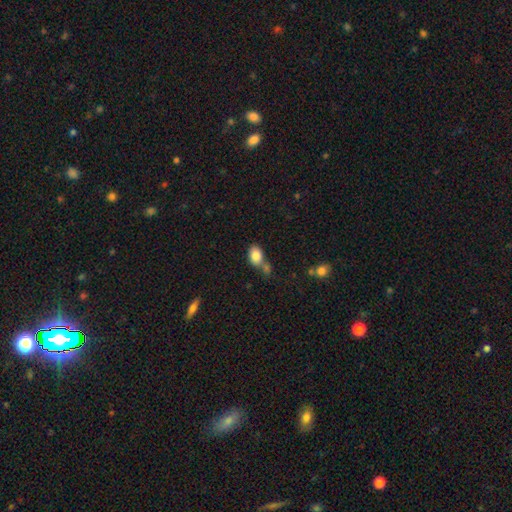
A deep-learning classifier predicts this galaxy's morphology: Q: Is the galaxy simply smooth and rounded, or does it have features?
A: smooth — 84%.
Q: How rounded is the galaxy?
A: in between — 78%.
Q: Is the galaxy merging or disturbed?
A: none — 45%.